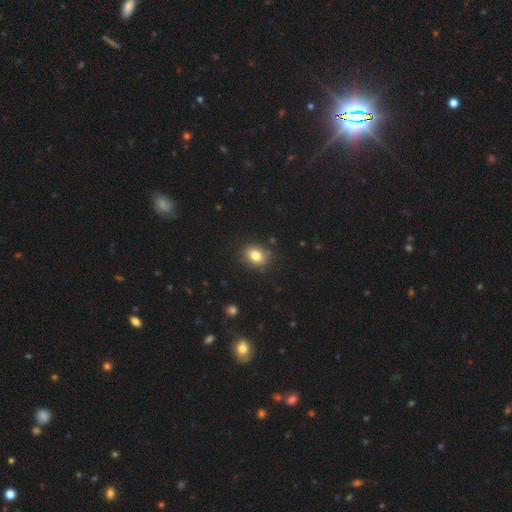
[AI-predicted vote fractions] A smooth galaxy with no disk features (82%) that is in between round and cigar-shaped (60%).

Vote fractions:
- Smooth or featured? smooth: 82% / star or artifact: 10% / featured or disk: 8%
- How rounded? in between: 60% / round: 39% / cigar-shaped: 1%
- Merging? none: 84% / minor disturbance: 12% / major disturbance: 3% / merger: 2%